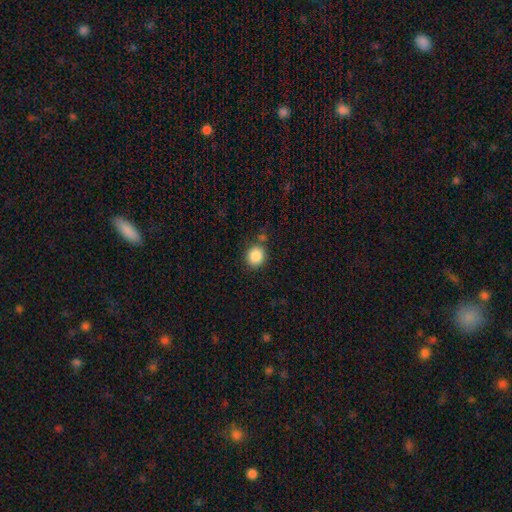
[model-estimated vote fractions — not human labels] This is clearly a smooth galaxy (87%). How rounded: clearly round (85%). Merging: clearly none (80%).